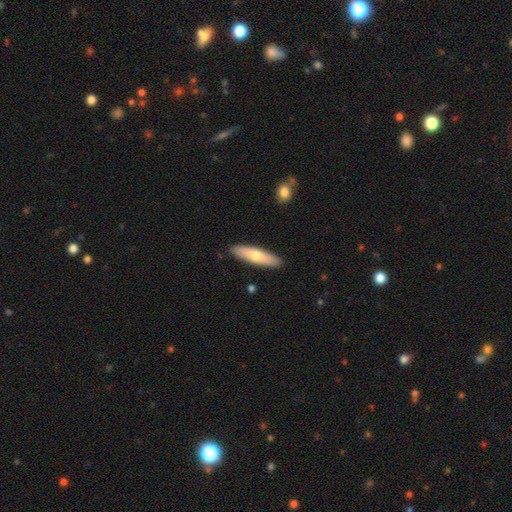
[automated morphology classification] A smooth galaxy with no disk features (66%) that is cigar-shaped (74%). Merging: none (90%).